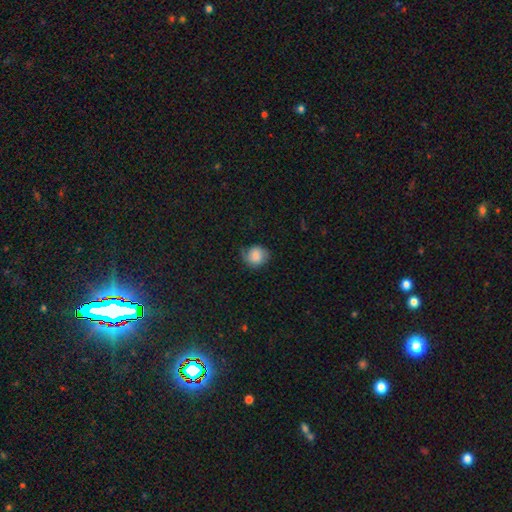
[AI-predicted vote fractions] This appears to be a smooth galaxy with no disk features (76%) that is round (74%). Merging: none (60%).